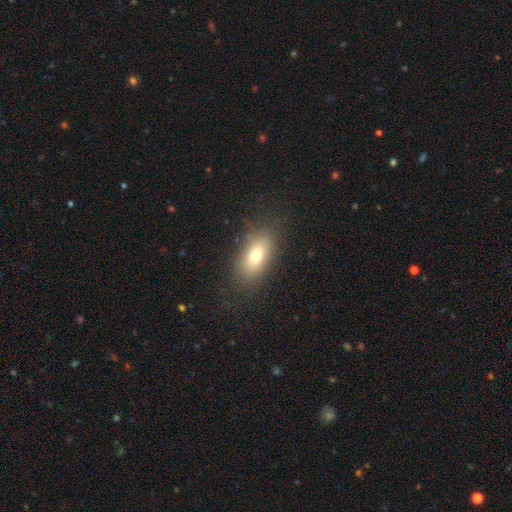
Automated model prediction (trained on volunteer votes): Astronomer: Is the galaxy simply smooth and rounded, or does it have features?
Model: smooth — 73%.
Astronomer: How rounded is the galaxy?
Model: in between — 86%.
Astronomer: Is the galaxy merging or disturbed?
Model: none — 82%.